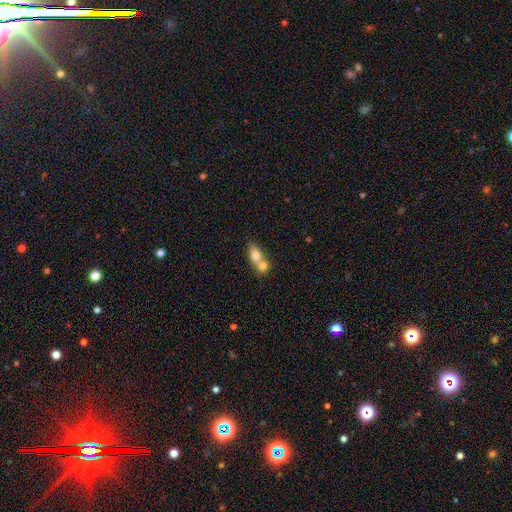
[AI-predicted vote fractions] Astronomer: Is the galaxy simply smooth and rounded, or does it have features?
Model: smooth — 74%.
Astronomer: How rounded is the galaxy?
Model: in between — 63%.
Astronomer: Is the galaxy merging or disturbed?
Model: merger — 70%.